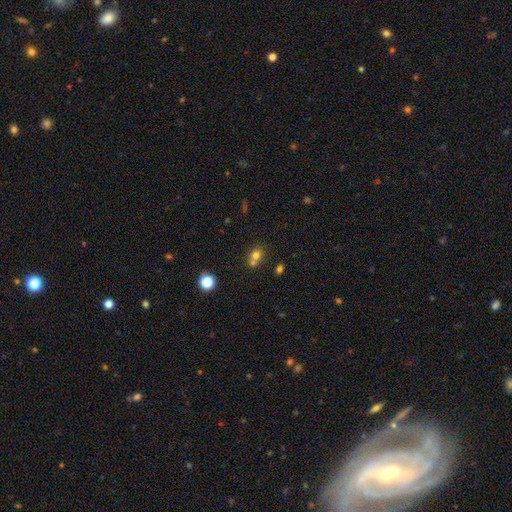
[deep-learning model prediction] Q: Smooth or featured?
A: smooth (71%); runner-up: star or artifact (16%)
Q: How rounded?
A: round (71%); runner-up: in between (28%)
Q: Merging?
A: merger (47%); runner-up: none (41%)